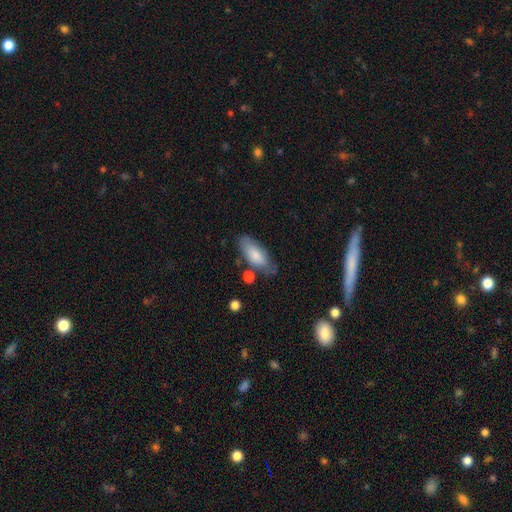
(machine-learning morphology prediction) Q: Smooth or featured?
A: smooth (79%); runner-up: featured or disk (15%)
Q: How rounded?
A: in between (81%); runner-up: cigar-shaped (17%)
Q: Merging?
A: none (67%); runner-up: minor disturbance (21%)